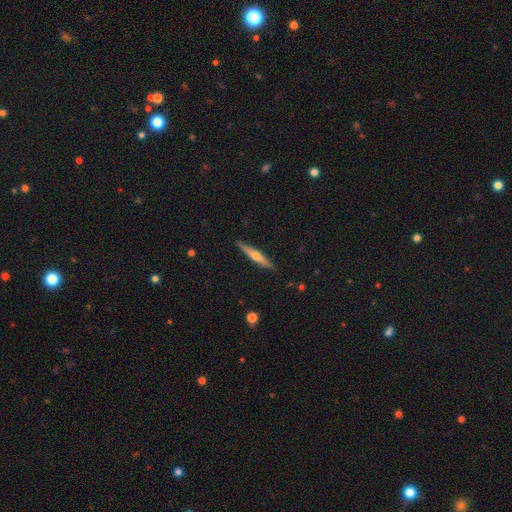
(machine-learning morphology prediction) This appears to be a featured or disk galaxy (56%) viewed edge-on (96%) with a rounded central bulge (82%). Merging: none (90%).